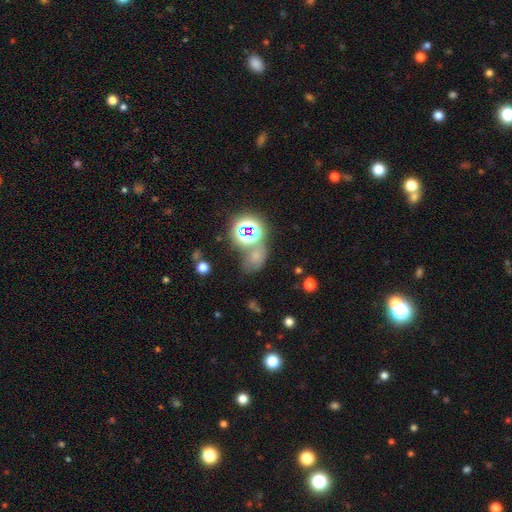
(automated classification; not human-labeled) A smooth galaxy with no disk features (53%) that is in between round and cigar-shaped (64%).

Vote fractions:
- Smooth or featured? smooth: 53% / star or artifact: 35% / featured or disk: 12%
- How rounded? in between: 64% / round: 34% / cigar-shaped: 2%
- Merging? none: 45% / merger: 26% / minor disturbance: 17% / major disturbance: 12%